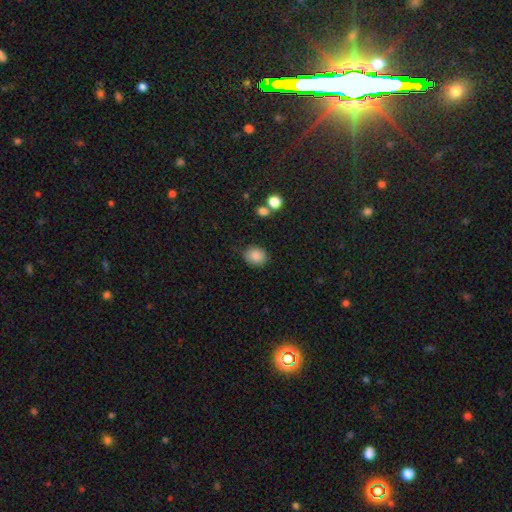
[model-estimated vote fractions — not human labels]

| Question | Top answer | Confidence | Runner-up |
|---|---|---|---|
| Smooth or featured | smooth | 86% | star or artifact (9%) |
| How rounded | round | 66% | in between (33%) |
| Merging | none | 82% | minor disturbance (12%) |